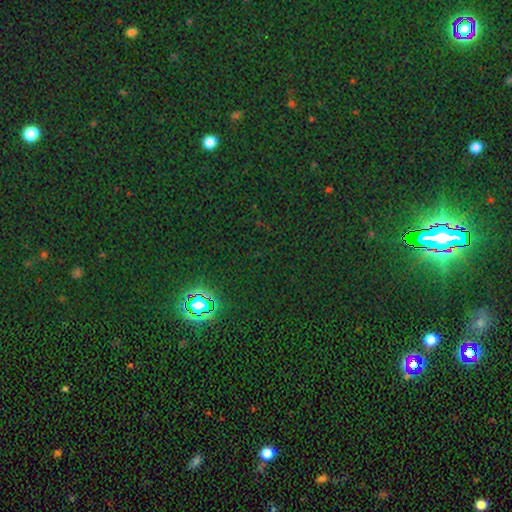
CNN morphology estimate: Smooth or featured: star or artifact — 78% (smooth — 15%)